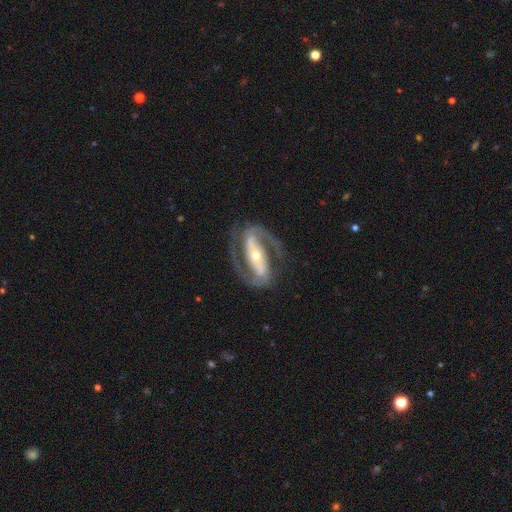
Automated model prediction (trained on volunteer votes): Smooth or featured: featured or disk — 92% (smooth — 4%)
Edge-on disk: no — 96% (yes — 4%)
Bar: strong — 66% (weak — 20%)
Spiral arms: yes — 97% (no — 3%)
Spiral winding: medium — 56% (tight — 30%)
Spiral arm count: 2 — 93% (can't tell — 2%)
Bulge size: moderate — 48% (small — 47%)
Merging: none — 80% (minor disturbance — 11%)